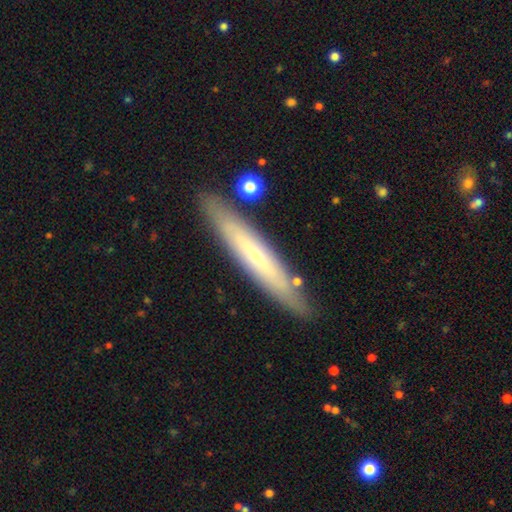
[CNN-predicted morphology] This is possibly a featured or disk galaxy (54%). It is likely viewed edge-on (75%). Merging: clearly none (85%).